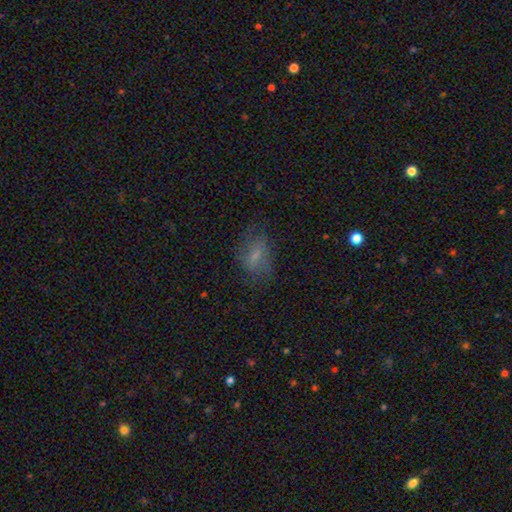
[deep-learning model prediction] Morphology: type=smooth (56%); roundness=in between (78%); merging=none (57%).